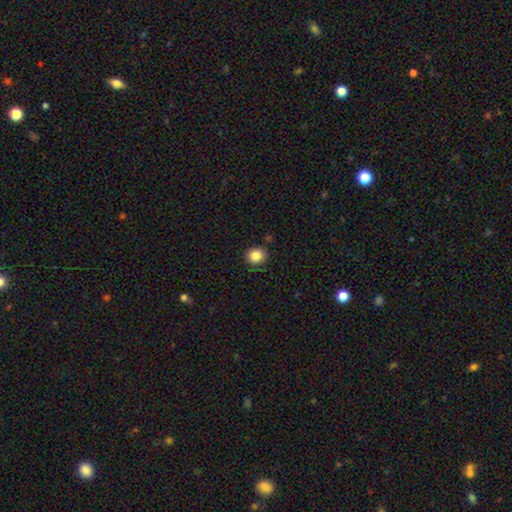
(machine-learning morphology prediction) smooth_or_featured: smooth (p=0.84) [alt: star or artifact p=0.10]
how_rounded: round (p=0.82) [alt: in between p=0.17]
merging: none (p=0.86) [alt: minor disturbance p=0.10]